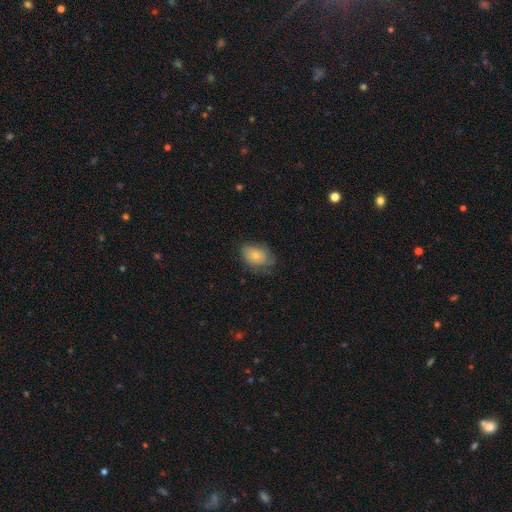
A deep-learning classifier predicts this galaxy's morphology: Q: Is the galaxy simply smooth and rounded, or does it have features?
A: smooth — 72%.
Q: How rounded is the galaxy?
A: in between — 81%.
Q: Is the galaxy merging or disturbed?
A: none — 56%.